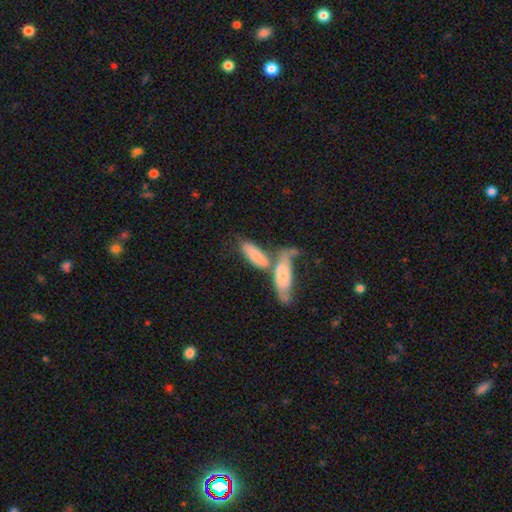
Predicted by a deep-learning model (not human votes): A smooth galaxy with no disk features (74%) that is in between round and cigar-shaped (61%). Merging: merger (52%).